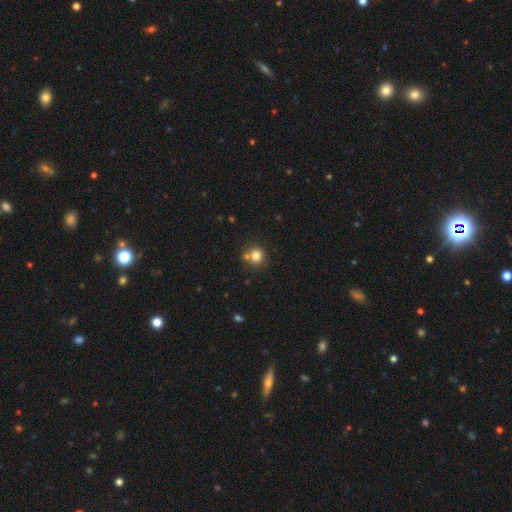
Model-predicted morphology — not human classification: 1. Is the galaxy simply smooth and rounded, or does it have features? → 80% smooth, 12% star or artifact, 8% featured or disk.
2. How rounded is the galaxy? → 86% round, 13% in between, 1% cigar-shaped.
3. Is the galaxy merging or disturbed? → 64% none, 21% merger, 12% minor disturbance, 4% major disturbance.